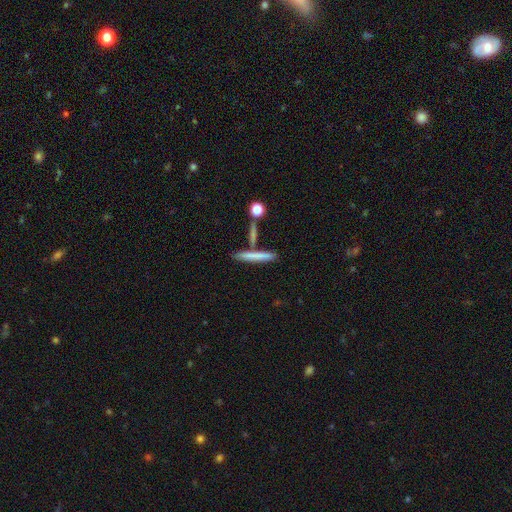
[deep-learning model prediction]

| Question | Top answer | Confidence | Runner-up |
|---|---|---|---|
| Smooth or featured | smooth | 67% | featured or disk (25%) |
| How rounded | cigar-shaped | 91% | in between (6%) |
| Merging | none | 72% | merger (14%) |